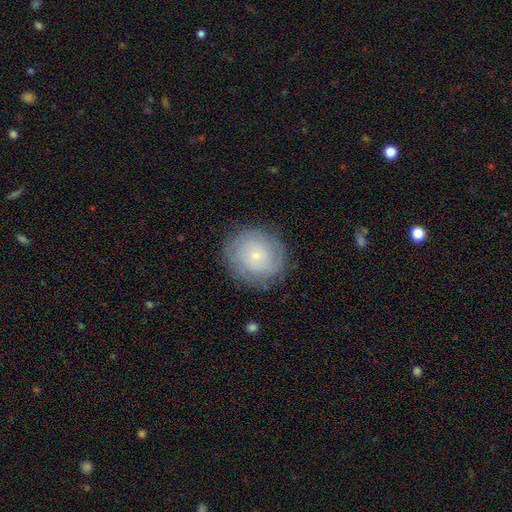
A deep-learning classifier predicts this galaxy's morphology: smooth_or_featured: featured or disk (p=0.47) [alt: smooth p=0.44]
merging: none (p=0.82) [alt: minor disturbance p=0.12]